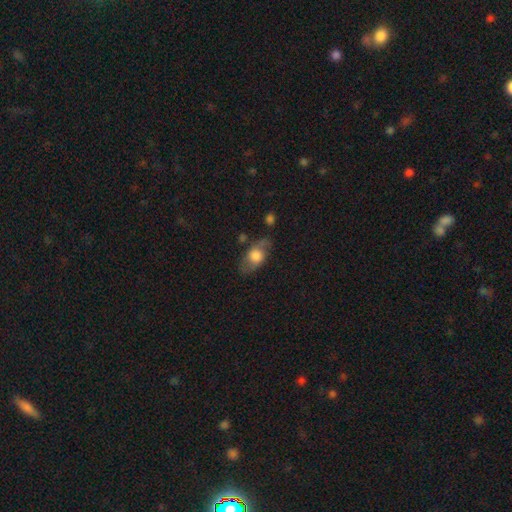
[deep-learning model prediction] smooth_or_featured: smooth (p=0.56) [alt: featured or disk p=0.37]
how_rounded: in between (p=0.76) [alt: round p=0.18]
merging: none (p=0.66) [alt: minor disturbance p=0.21]